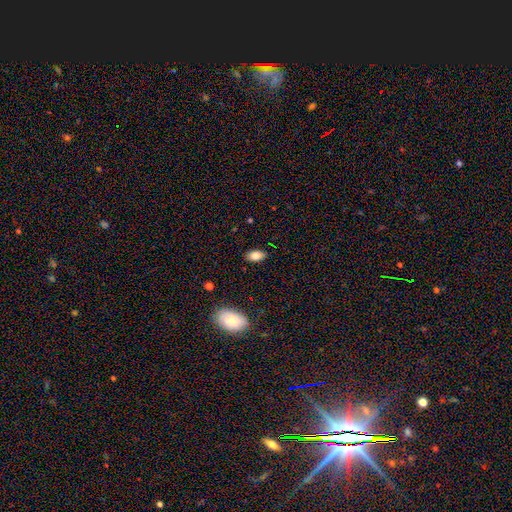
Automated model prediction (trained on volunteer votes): A smooth galaxy with no disk features (84%) that is in between round and cigar-shaped (92%).

Vote fractions:
- Smooth or featured? smooth: 84% / star or artifact: 9% / featured or disk: 8%
- How rounded? in between: 92% / round: 5% / cigar-shaped: 3%
- Merging? none: 87% / minor disturbance: 10% / major disturbance: 2% / merger: 1%